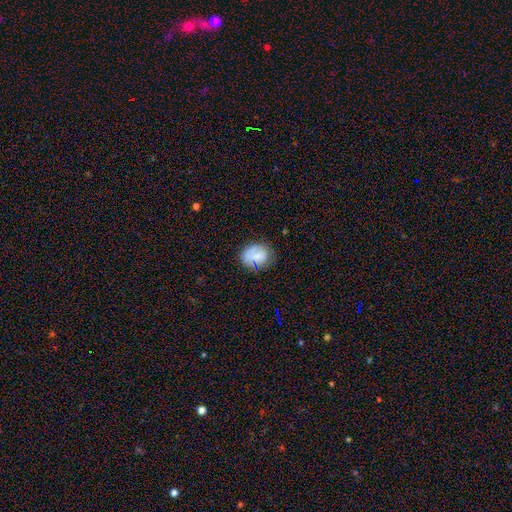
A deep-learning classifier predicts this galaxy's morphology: A smooth galaxy with no disk features (69%) that is in between round and cigar-shaped (51%). Merging: none (71%).